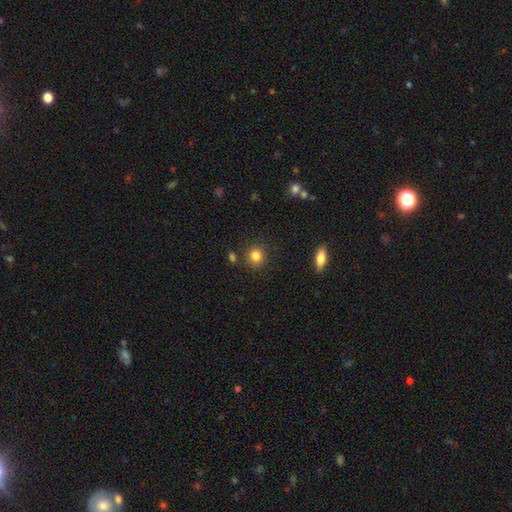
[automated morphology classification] This appears to be a smooth galaxy with no disk features (84%) that is round (84%). Merging: none (85%).